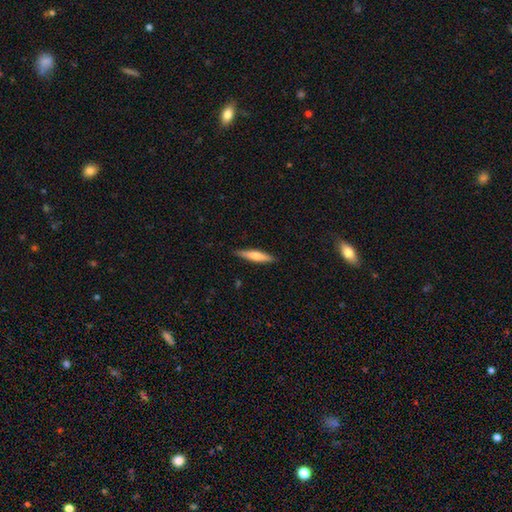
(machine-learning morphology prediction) type=smooth (62%); roundness=cigar-shaped (86%); merging=none (89%).